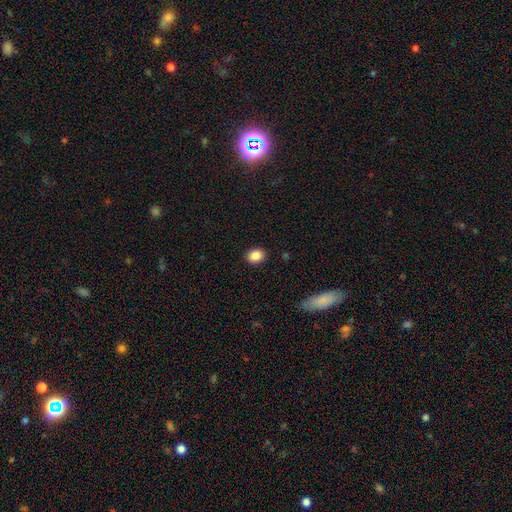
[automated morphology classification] type=smooth (87%); roundness=round (51%); merging=none (90%).